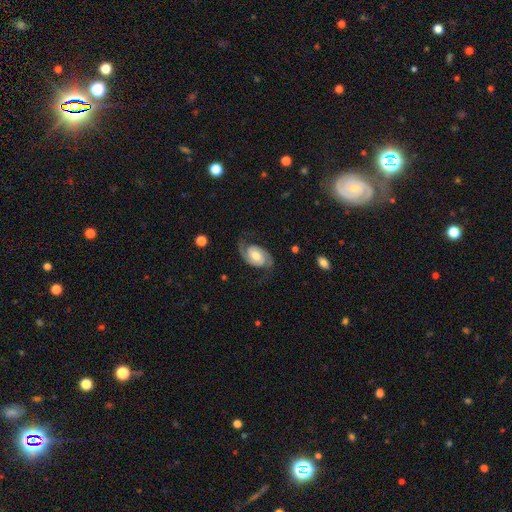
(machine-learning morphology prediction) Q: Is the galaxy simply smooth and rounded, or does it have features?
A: featured or disk — 88%.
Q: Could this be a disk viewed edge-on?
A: no — 97%.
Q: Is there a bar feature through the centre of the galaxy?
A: no — 48%.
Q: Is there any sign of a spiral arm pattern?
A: yes — 97%.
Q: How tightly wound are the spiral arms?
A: medium — 49%.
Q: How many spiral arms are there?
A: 2 — 93%.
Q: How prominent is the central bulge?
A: moderate — 66%.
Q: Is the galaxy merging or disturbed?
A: none — 77%.